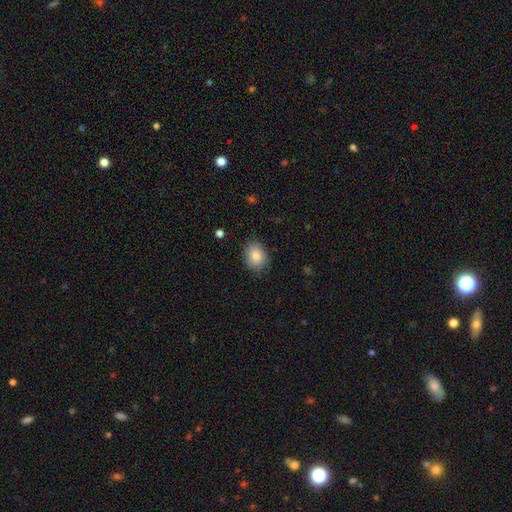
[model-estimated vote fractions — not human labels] This appears to be a smooth galaxy with no disk features (82%) that is in between round and cigar-shaped (63%). Merging: none (77%).